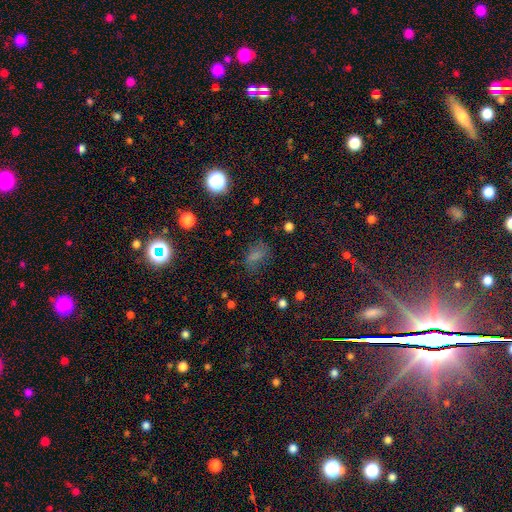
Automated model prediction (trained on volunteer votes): Smooth or featured?
  - smooth: 64% *
  - star or artifact: 23%
  - featured or disk: 13%
How rounded?
  - in between: 78% *
  - round: 17%
  - cigar-shaped: 5%
Merging?
  - none: 59% *
  - minor disturbance: 23%
  - major disturbance: 16%
  - merger: 3%